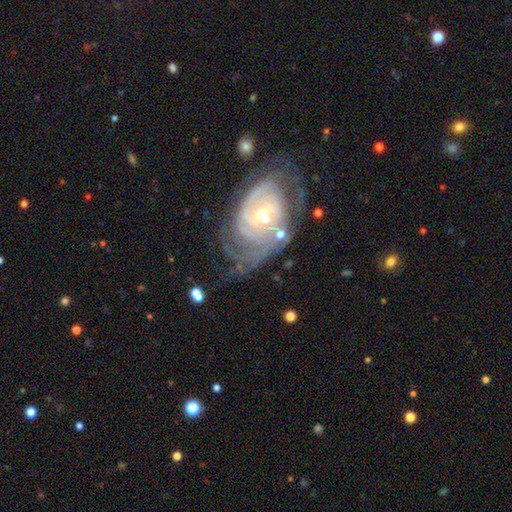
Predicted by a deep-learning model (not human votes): Smooth or featured? featured or disk (85%)
Edge-on disk? no (96%)
Bar? no (63%)
Spiral arms? yes (95%)
Spiral winding? tight (71%)
Spiral arm count? 2 (35%)
Bulge size? small (52%)
Merging? none (64%)